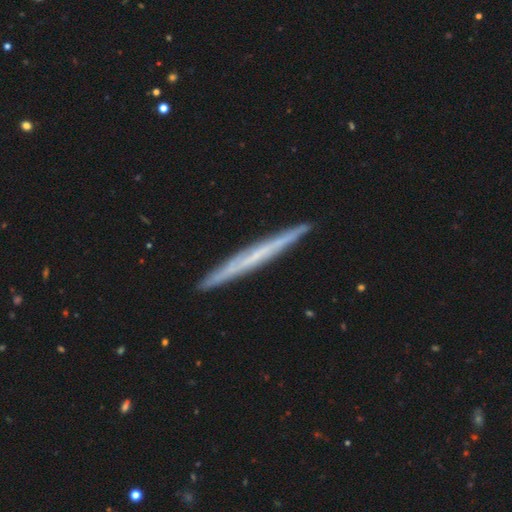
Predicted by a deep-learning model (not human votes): Smooth or featured: featured or disk — 58% (smooth — 35%)
Edge-on disk: yes — 96% (no — 4%)
Edge-on bulge: none — 87% (rounded — 10%)
Merging: none — 91% (minor disturbance — 7%)